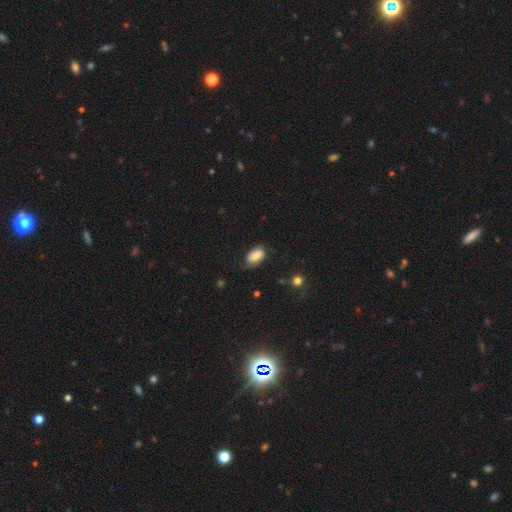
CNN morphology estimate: smooth 79%, featured or disk 13%, star or artifact 8%. Down the decision tree: how rounded — in between (91%); merging — none (63%).